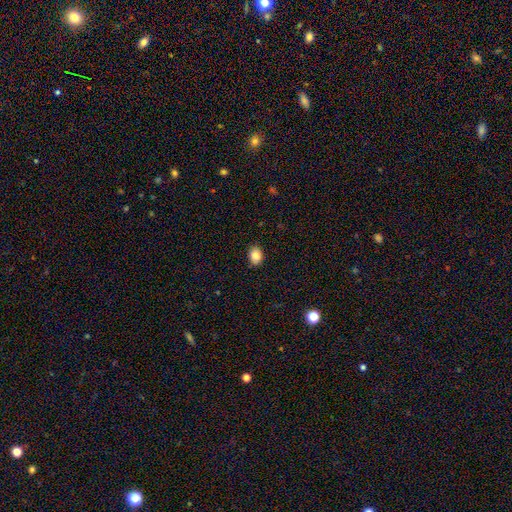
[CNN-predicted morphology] smooth-or-featured: smooth: 86% | star or artifact: 9% | featured or disk: 5%
  how-rounded: in between: 70% | round: 29% | cigar-shaped: 1%
  merging: none: 86% | minor disturbance: 11% | major disturbance: 2% | merger: 1%